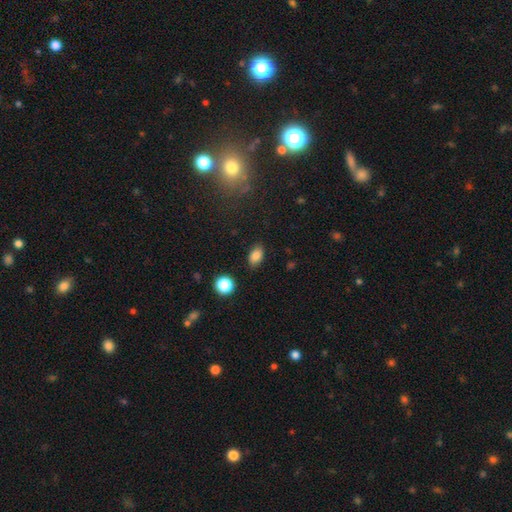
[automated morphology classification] A smooth galaxy with no disk features (85%) that is in between round and cigar-shaped (86%).

Vote fractions:
- Smooth or featured? smooth: 85% / star or artifact: 10% / featured or disk: 5%
- How rounded? in between: 86% / round: 12% / cigar-shaped: 2%
- Merging? none: 85% / minor disturbance: 11% / major disturbance: 3% / merger: 2%